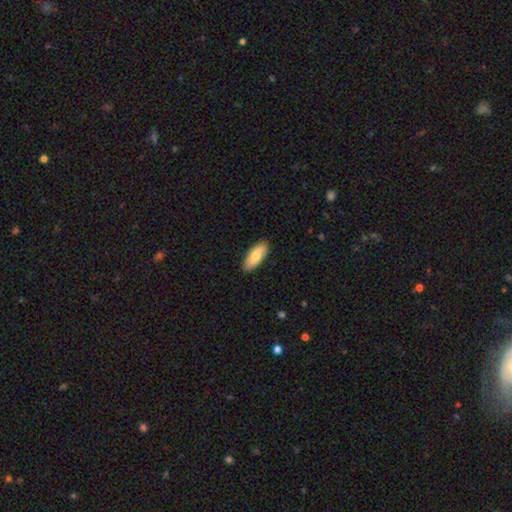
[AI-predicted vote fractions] The model was most divided on "how rounded": in between: 79%, cigar-shaped: 19%, round: 2%. More confident: merging — none (87%); smooth or featured — smooth (78%).